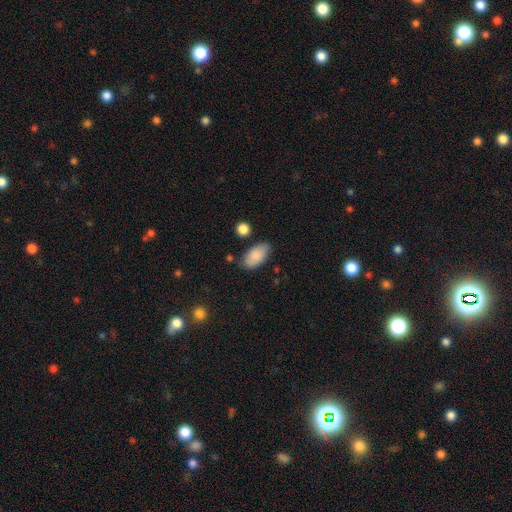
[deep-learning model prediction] This is clearly a smooth galaxy (86%). How rounded: clearly in between (94%). Merging: likely none (79%).